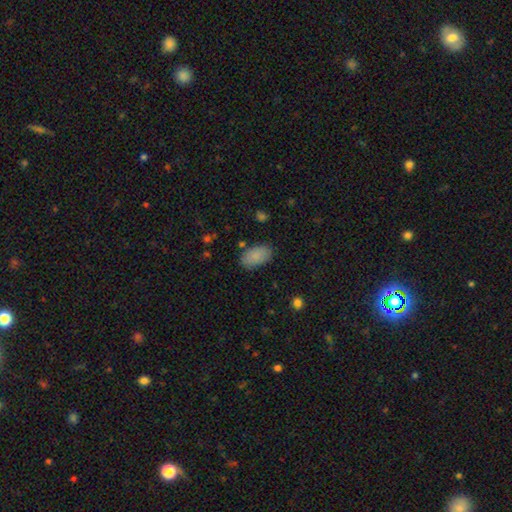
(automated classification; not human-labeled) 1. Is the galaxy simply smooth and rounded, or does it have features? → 87% smooth, 7% star or artifact, 6% featured or disk.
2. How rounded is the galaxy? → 94% in between, 4% round, 2% cigar-shaped.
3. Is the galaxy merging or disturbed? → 83% none, 12% minor disturbance, 3% major disturbance, 2% merger.